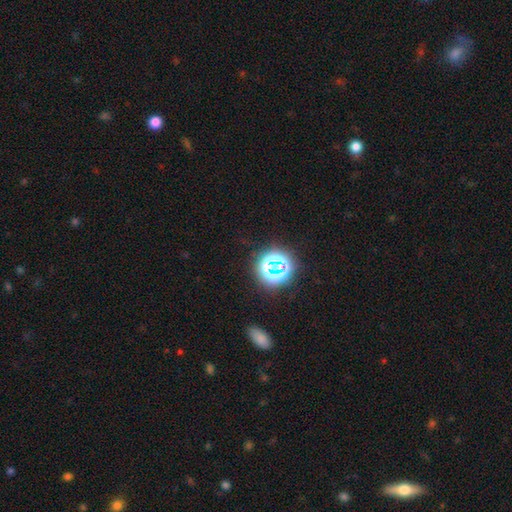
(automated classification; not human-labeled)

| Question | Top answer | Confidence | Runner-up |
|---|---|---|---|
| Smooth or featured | star or artifact | 73% | smooth (21%) |